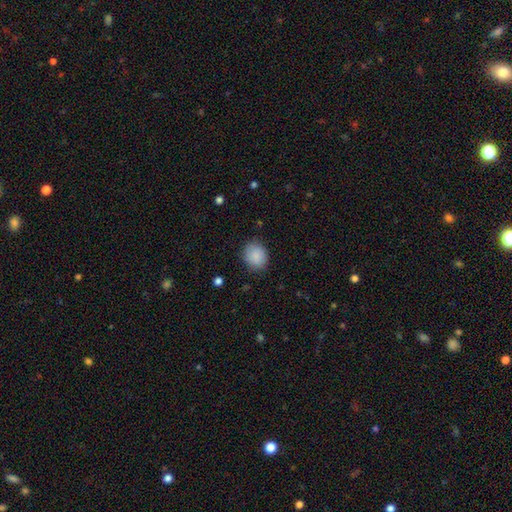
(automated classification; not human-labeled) smooth 88%, star or artifact 7%, featured or disk 5%. Down the decision tree: how rounded — round (64%); merging — none (84%).